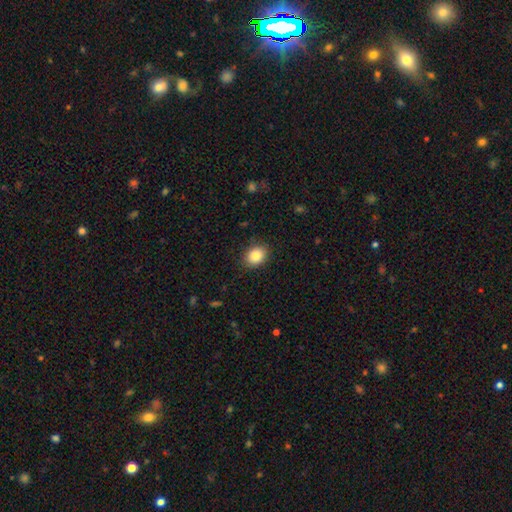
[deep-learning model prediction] Overall: smooth (85%). How rounded: in between (61%; round 38%). Merging: none (88%).